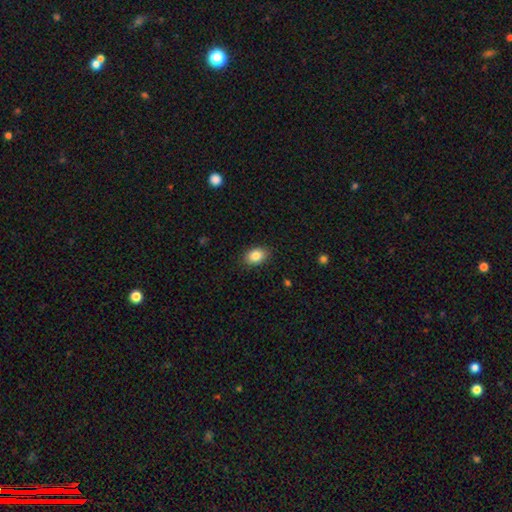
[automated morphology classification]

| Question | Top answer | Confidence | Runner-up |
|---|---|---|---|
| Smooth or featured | smooth | 86% | star or artifact (8%) |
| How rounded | in between | 80% | round (19%) |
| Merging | none | 88% | minor disturbance (9%) |